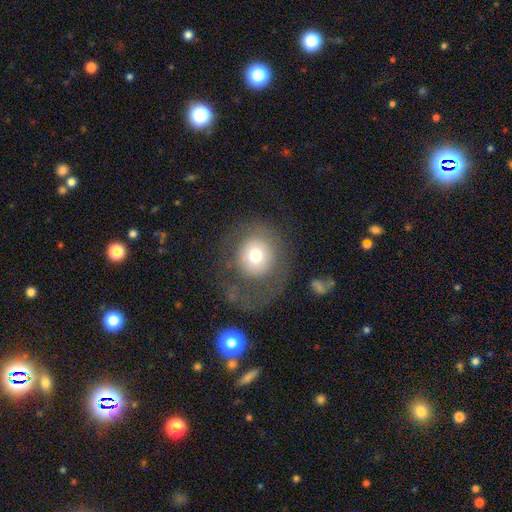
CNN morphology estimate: The model was most divided on "merging": none: 50%, major disturbance: 30%, minor disturbance: 17%, merger: 3%. More confident: how rounded — round (86%); smooth or featured — smooth (64%).